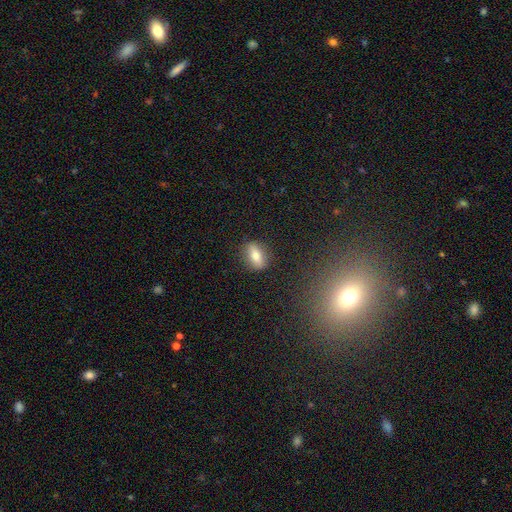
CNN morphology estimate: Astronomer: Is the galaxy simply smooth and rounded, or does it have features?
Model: smooth — 67%.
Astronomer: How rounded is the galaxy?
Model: in between — 71%.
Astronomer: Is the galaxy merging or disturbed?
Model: none — 86%.